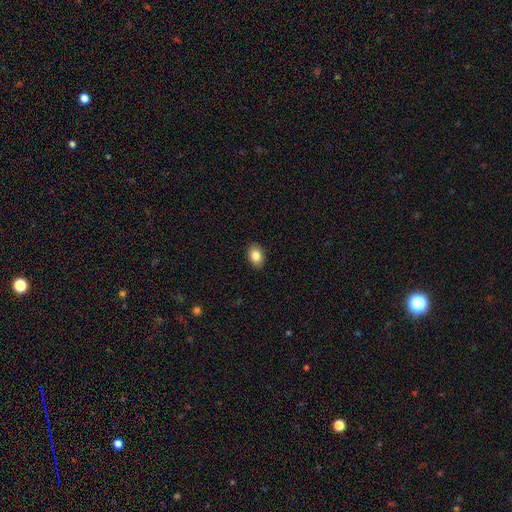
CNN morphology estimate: The model was most divided on "how rounded": in between: 80%, round: 19%, cigar-shaped: 1%. More confident: merging — none (90%); smooth or featured — smooth (84%).